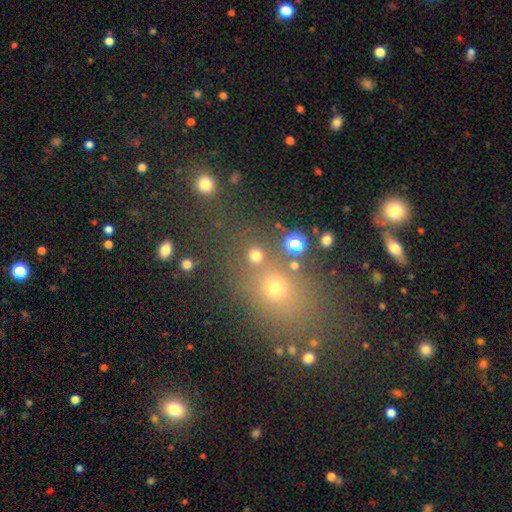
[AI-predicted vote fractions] This is likely a smooth galaxy (73%). How rounded: clearly round (88%). Merging: likely none (71%).